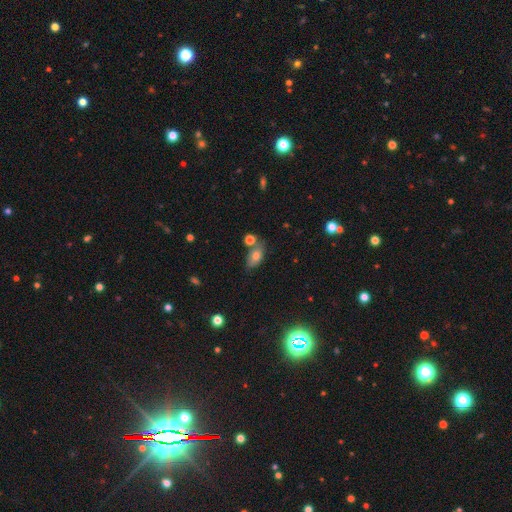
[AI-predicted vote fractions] Overall: smooth (73%). How rounded: in between (87%). Merging: none (61%).